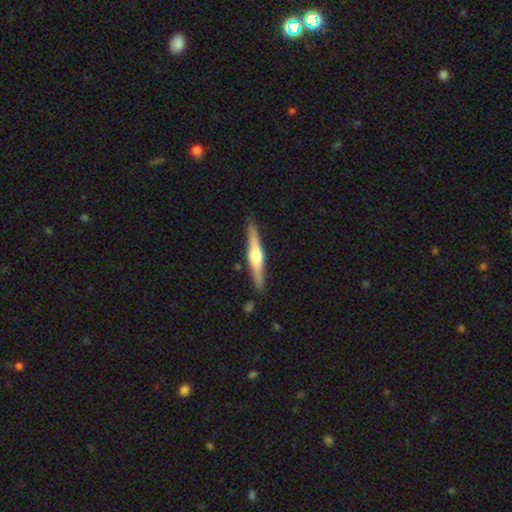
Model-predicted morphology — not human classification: A featured or disk galaxy (69%) viewed edge-on (97%) with a rounded central bulge (89%).

Vote fractions:
- Smooth or featured? featured or disk: 69% / smooth: 26% / star or artifact: 5%
- Edge-on disk? yes: 97% / no: 3%
- Edge-on bulge? rounded: 89% / boxy: 8% / none: 4%
- Merging? none: 89% / minor disturbance: 8% / merger: 2% / major disturbance: 2%